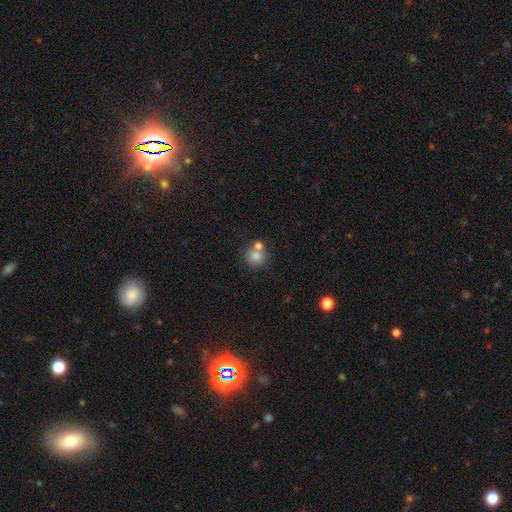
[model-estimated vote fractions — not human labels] smooth 77%, featured or disk 12%, star or artifact 11%. Down the decision tree: how rounded — round (87%); merging — none (50%).